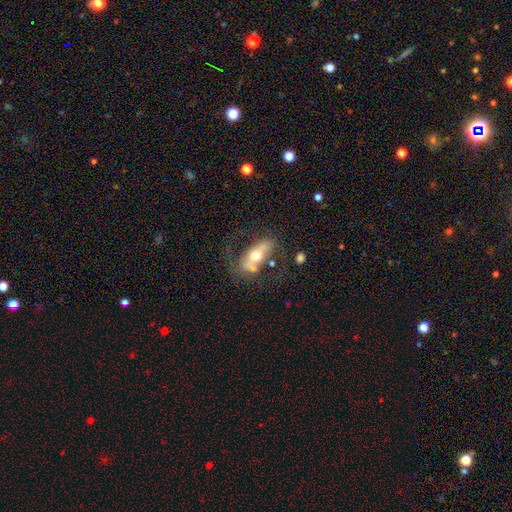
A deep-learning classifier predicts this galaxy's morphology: Smooth or featured: featured or disk — 59% (smooth — 34%)
Edge-on disk: no — 71% (yes — 29%)
Merging: none — 55% (minor disturbance — 20%)